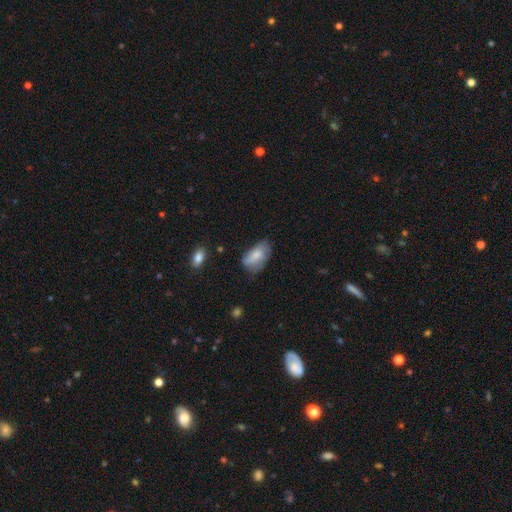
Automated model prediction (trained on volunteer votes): smooth 72%, featured or disk 21%, star or artifact 7%. Down the decision tree: how rounded — in between (92%); merging — none (49%).